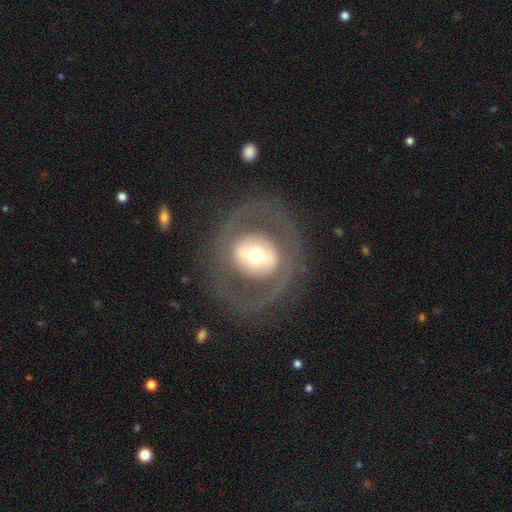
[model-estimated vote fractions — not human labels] Smooth or featured? Predicted: featured or disk (p=0.63). Edge-on disk? Predicted: no (p=0.94). Bar? Predicted: no (p=0.48). Spiral arms? Predicted: no (p=0.77). Bulge size? Predicted: moderate (p=0.59). Merging? Predicted: none (p=0.78).